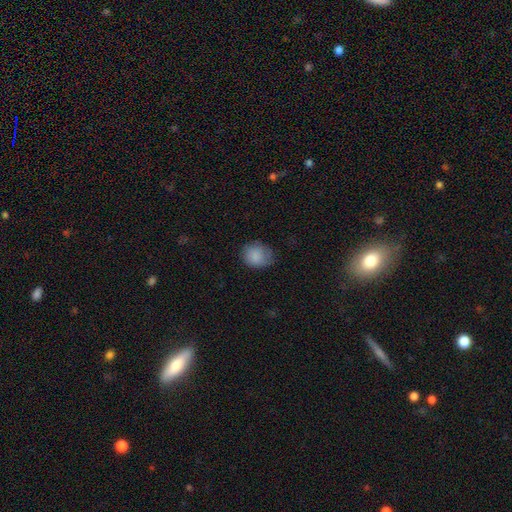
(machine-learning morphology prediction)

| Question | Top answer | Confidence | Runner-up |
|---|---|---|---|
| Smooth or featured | smooth | 86% | star or artifact (8%) |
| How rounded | round | 69% | in between (30%) |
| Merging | none | 67% | minor disturbance (25%) |